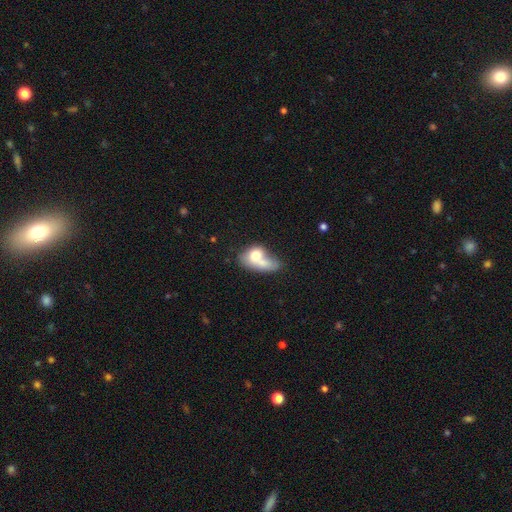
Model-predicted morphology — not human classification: Smooth or featured? Predicted: smooth (p=0.67). How rounded? Predicted: in between (p=0.72). Merging? Predicted: merger (p=0.63).